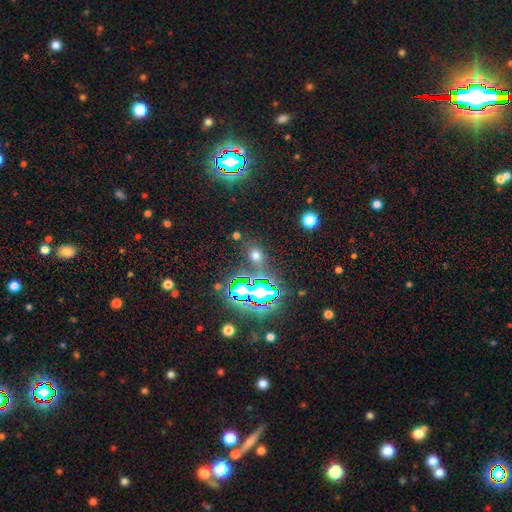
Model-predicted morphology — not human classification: Q: Smooth or featured?
A: smooth (51%); runner-up: star or artifact (41%)
Q: How rounded?
A: round (62%); runner-up: in between (36%)
Q: Merging?
A: none (76%); runner-up: minor disturbance (11%)